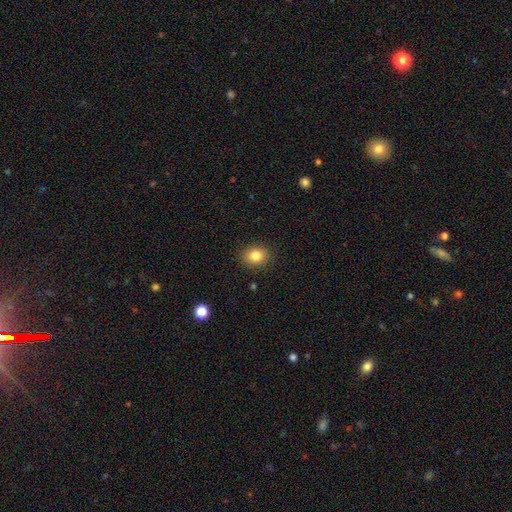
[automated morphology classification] Smooth or featured? smooth (83%)
How rounded? round (56%)
Merging? none (88%)